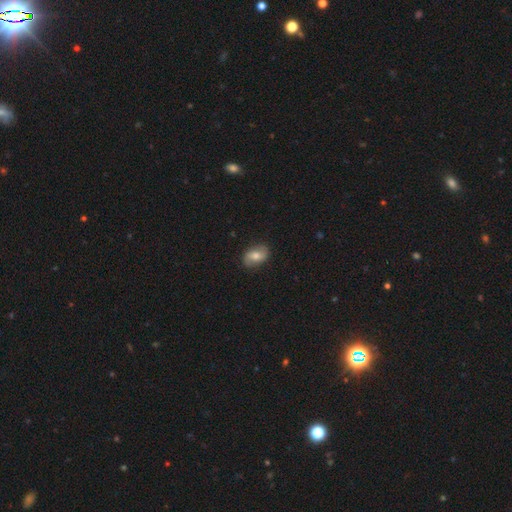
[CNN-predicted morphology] smooth-or-featured: smooth: 57% | featured or disk: 35% | star or artifact: 8%
  how-rounded: in between: 85% | round: 13% | cigar-shaped: 2%
  merging: none: 82% | minor disturbance: 14% | major disturbance: 3% | merger: 1%